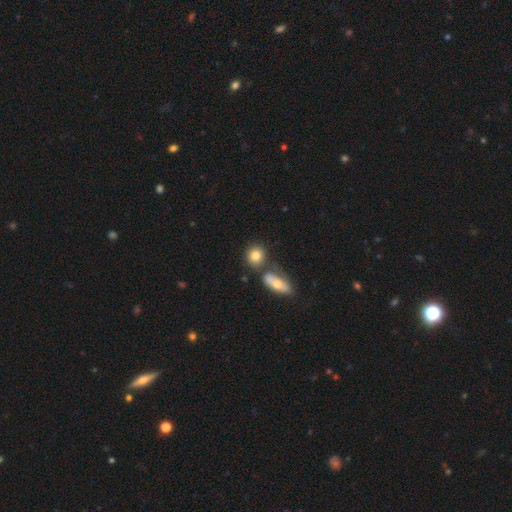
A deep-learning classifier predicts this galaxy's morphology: Smooth or featured? Predicted: smooth (p=0.80). How rounded? Predicted: round (p=0.66). Merging? Predicted: none (p=0.62).